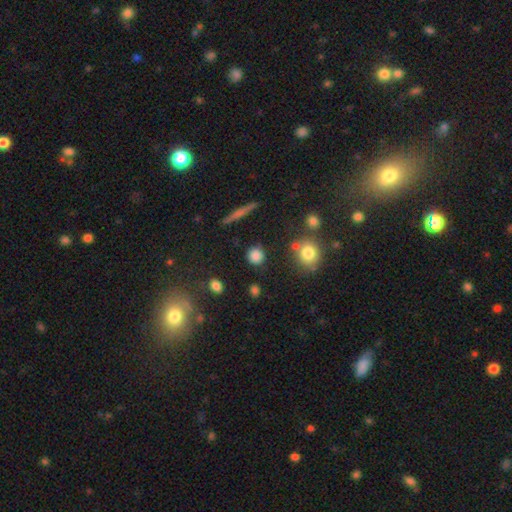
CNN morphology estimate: Smooth or featured?
  - smooth: 82% *
  - star or artifact: 11%
  - featured or disk: 7%
How rounded?
  - round: 89% *
  - in between: 9%
  - cigar-shaped: 2%
Merging?
  - none: 83% *
  - minor disturbance: 9%
  - merger: 4%
  - major disturbance: 3%